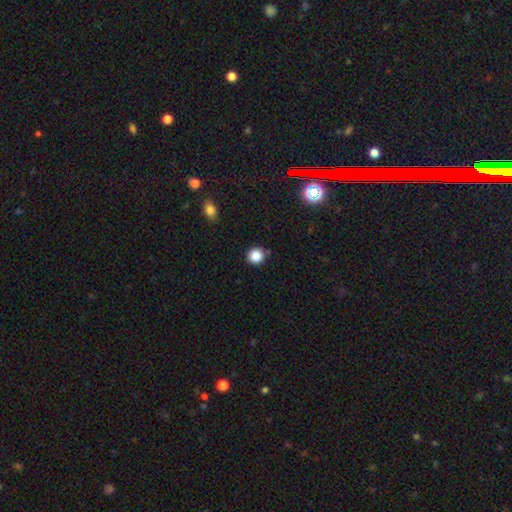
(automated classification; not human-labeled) smooth-or-featured: smooth: 85% | star or artifact: 11% | featured or disk: 4%
  how-rounded: round: 93% | in between: 6% | cigar-shaped: 1%
  merging: none: 89% | minor disturbance: 7% | merger: 2% | major disturbance: 2%